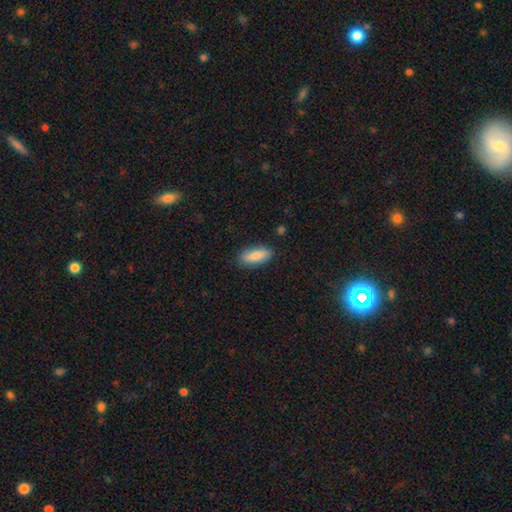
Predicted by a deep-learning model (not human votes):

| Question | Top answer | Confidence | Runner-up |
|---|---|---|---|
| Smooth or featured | smooth | 82% | featured or disk (12%) |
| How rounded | in between | 76% | cigar-shaped (22%) |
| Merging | none | 84% | minor disturbance (12%) |